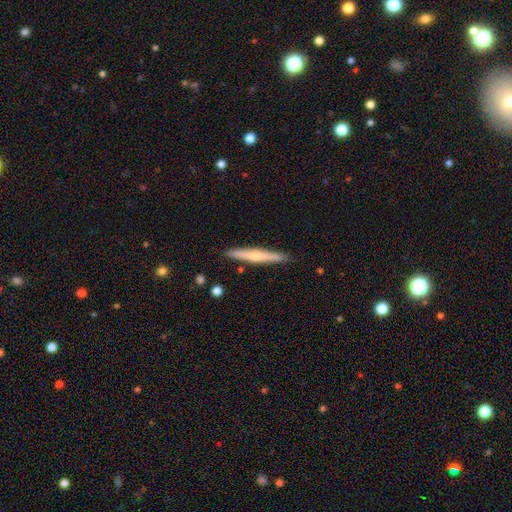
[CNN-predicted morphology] type=featured or disk (48%); merging=none (90%).